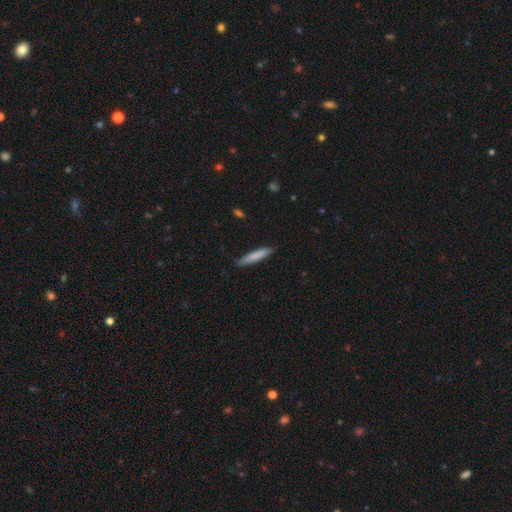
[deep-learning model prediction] Morphology: type=smooth (80%); roundness=cigar-shaped (89%); merging=none (83%).